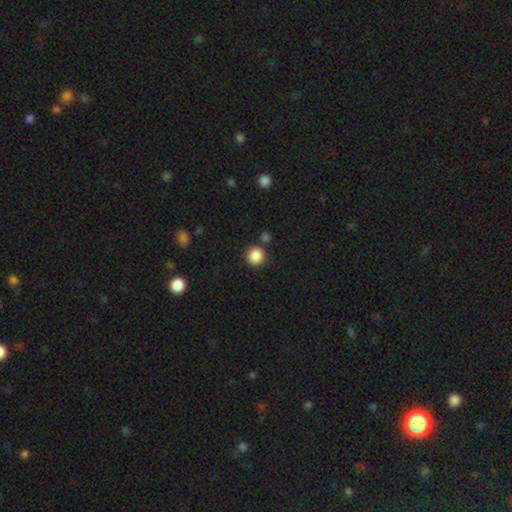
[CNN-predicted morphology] Smooth or featured? smooth (87%)
How rounded? round (93%)
Merging? none (83%)